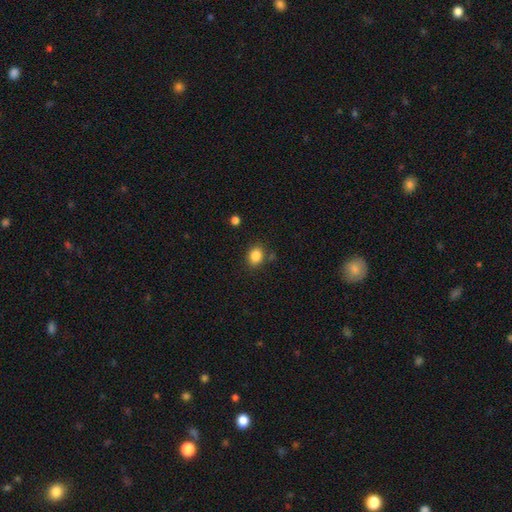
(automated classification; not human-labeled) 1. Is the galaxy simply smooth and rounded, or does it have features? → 84% smooth, 11% star or artifact, 5% featured or disk.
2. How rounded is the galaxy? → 54% round, 45% in between, 1% cigar-shaped.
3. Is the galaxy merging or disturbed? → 82% none, 11% minor disturbance, 4% merger, 3% major disturbance.